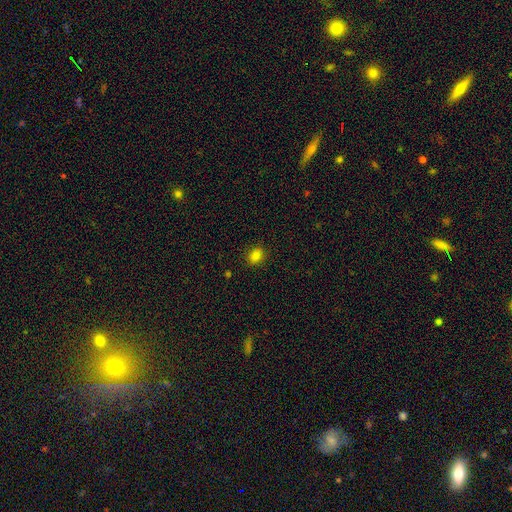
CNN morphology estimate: Smooth or featured?
  - smooth: 82% *
  - star or artifact: 13%
  - featured or disk: 5%
How rounded?
  - in between: 57% *
  - round: 42%
  - cigar-shaped: 1%
Merging?
  - none: 89% *
  - minor disturbance: 8%
  - major disturbance: 2%
  - merger: 1%